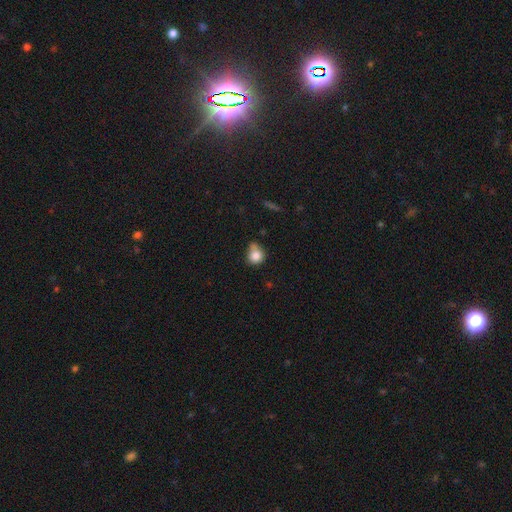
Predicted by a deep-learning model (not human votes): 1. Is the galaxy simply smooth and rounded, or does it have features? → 81% smooth, 10% star or artifact, 9% featured or disk.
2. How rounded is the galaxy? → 76% round, 23% in between, 1% cigar-shaped.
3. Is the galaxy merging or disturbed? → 43% none, 31% minor disturbance, 16% merger, 10% major disturbance.